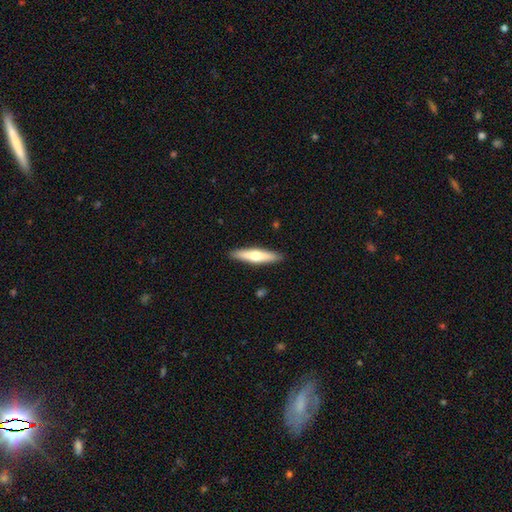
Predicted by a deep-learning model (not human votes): A smooth galaxy with no disk features (51%) that is cigar-shaped (83%).

Vote fractions:
- Smooth or featured? smooth: 51% / featured or disk: 44% / star or artifact: 5%
- How rounded? cigar-shaped: 83% / in between: 15% / round: 2%
- Merging? none: 90% / minor disturbance: 7% / major disturbance: 2% / merger: 1%